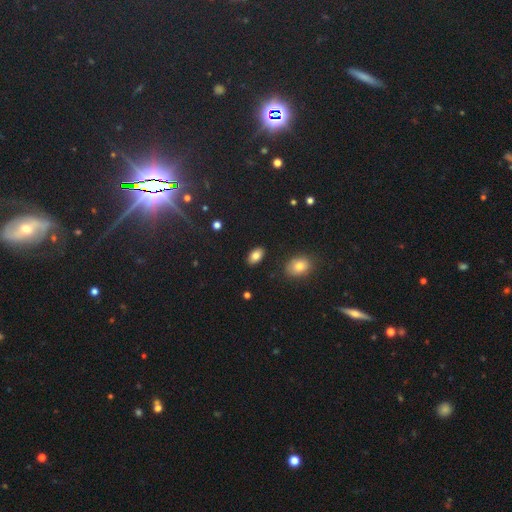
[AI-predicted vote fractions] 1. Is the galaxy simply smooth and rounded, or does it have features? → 82% smooth, 9% featured or disk, 9% star or artifact.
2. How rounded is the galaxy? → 92% in between, 6% round, 2% cigar-shaped.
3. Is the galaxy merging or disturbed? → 88% none, 8% minor disturbance, 2% major disturbance, 2% merger.